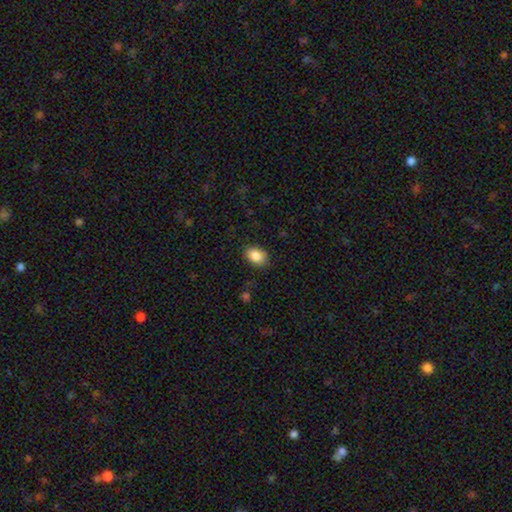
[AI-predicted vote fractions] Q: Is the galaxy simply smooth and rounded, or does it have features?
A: smooth — 88%.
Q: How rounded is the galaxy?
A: in between — 77%.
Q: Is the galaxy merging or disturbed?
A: none — 84%.